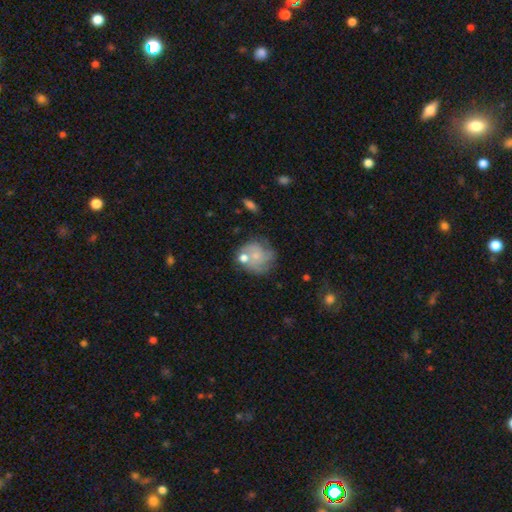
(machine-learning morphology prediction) A featured or disk galaxy (57%) with no bar (82%), spiral arms (77%) and a small central bulge (59%). Merging: none (54%).